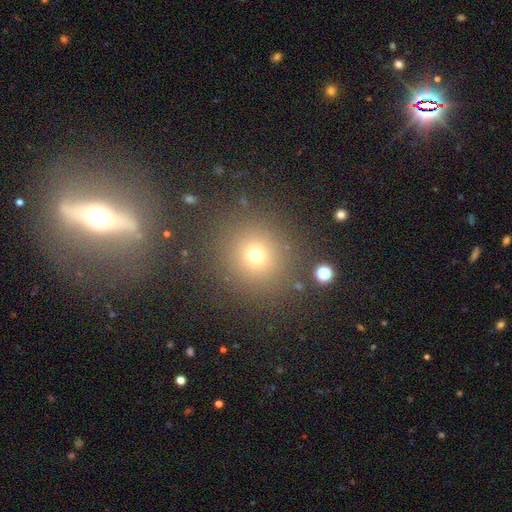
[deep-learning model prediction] Overall: smooth (69%). How rounded: round (91%). Merging: none (86%).